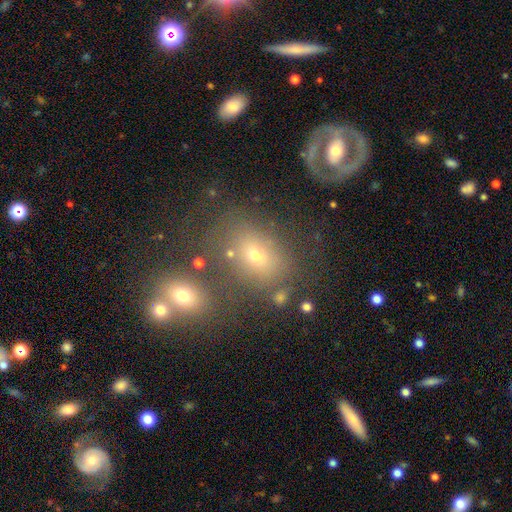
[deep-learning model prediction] smooth 62%, star or artifact 20%, featured or disk 18%. Down the decision tree: how rounded — in between (61%); merging — none (59%).